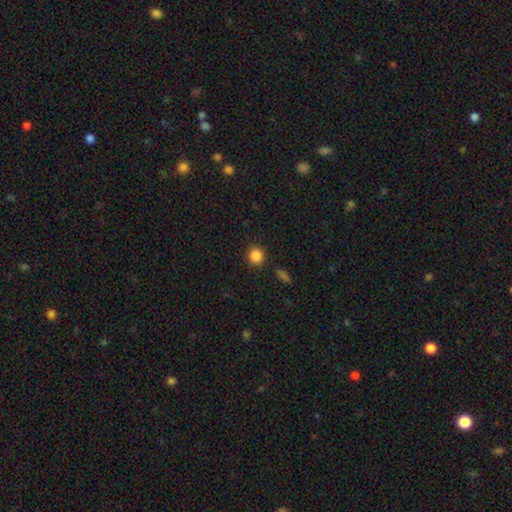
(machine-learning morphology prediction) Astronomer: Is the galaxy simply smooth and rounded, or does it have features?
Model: smooth — 85%.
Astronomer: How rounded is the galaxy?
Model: round — 92%.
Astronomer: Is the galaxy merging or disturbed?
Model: none — 89%.